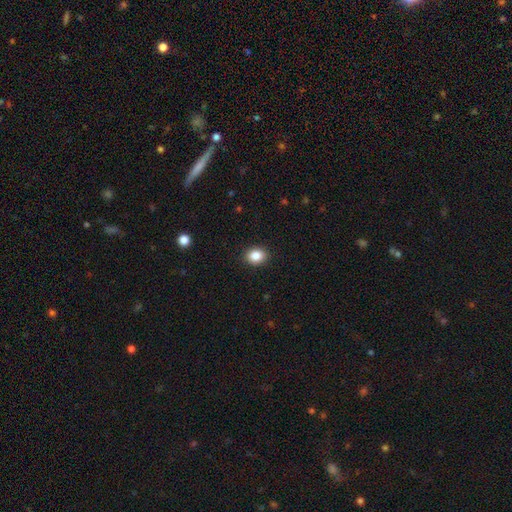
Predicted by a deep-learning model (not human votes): This appears to be a smooth galaxy with no disk features (86%) that is round (58%). Merging: none (91%).